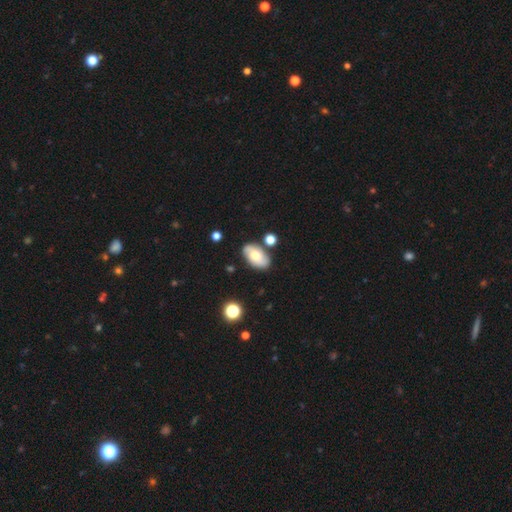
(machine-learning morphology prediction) This appears to be a smooth galaxy with no disk features (54%) that is in between round and cigar-shaped (91%). Merging: none (74%).